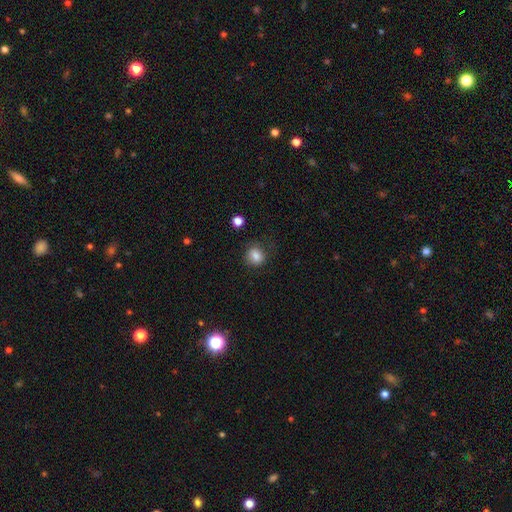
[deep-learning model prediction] This is clearly a smooth galaxy (83%). How rounded: likely round (71%). Merging: likely none (78%).